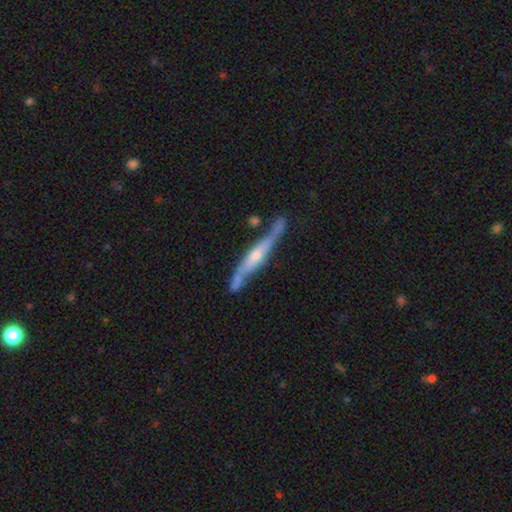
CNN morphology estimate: This appears to be a featured or disk galaxy (80%) viewed edge-on (89%) with a rounded central bulge (77%). Merging: none (72%).